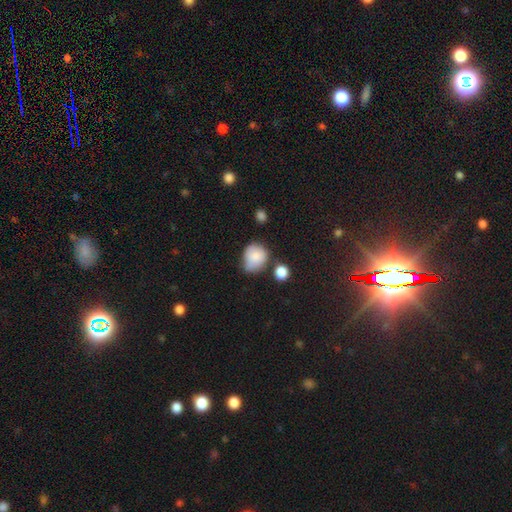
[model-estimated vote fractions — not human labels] smooth_or_featured: smooth (p=0.82) [alt: featured or disk p=0.09]
how_rounded: round (p=0.70) [alt: in between p=0.29]
merging: none (p=0.47) [alt: minor disturbance p=0.35]